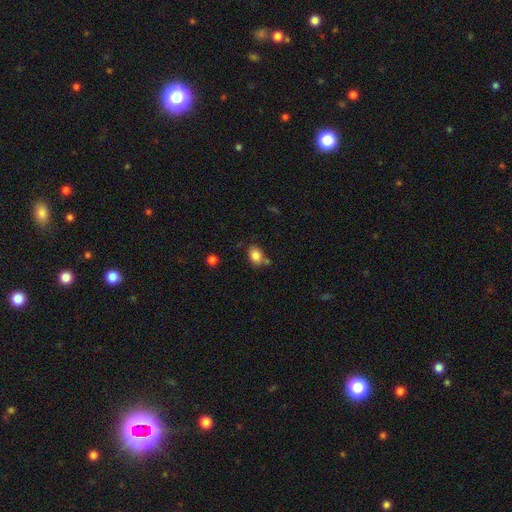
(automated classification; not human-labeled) smooth 83%, star or artifact 10%, featured or disk 7%. Down the decision tree: how rounded — in between (63%); merging — none (64%).